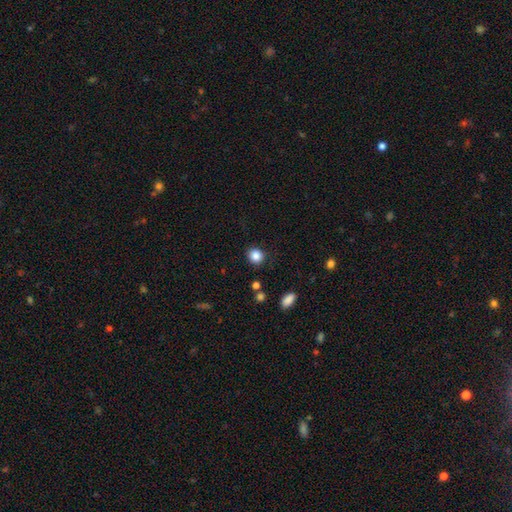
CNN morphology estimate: Smooth or featured? Predicted: smooth (p=0.85). How rounded? Predicted: round (p=0.83). Merging? Predicted: none (p=0.86).